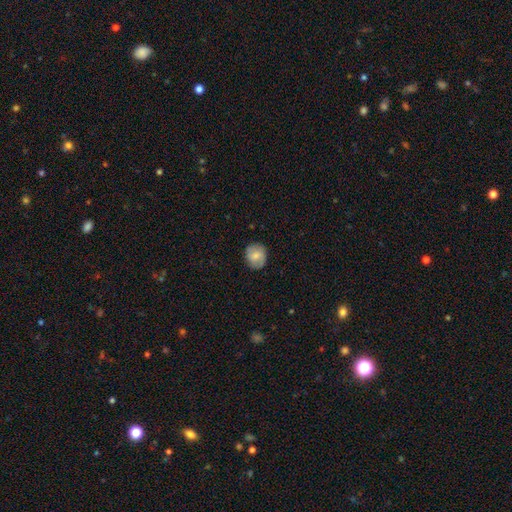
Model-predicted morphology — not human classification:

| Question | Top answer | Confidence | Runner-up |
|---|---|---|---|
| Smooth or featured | smooth | 72% | featured or disk (20%) |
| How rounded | round | 77% | in between (22%) |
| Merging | none | 84% | minor disturbance (12%) |